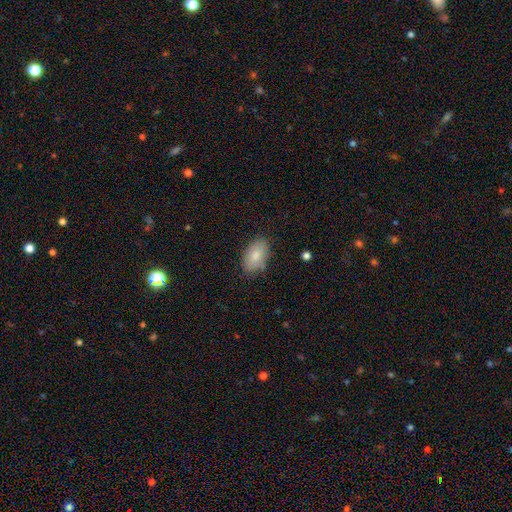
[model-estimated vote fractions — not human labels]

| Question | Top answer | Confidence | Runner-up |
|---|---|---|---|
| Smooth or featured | smooth | 83% | featured or disk (11%) |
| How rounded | in between | 92% | round (7%) |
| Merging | none | 79% | minor disturbance (16%) |